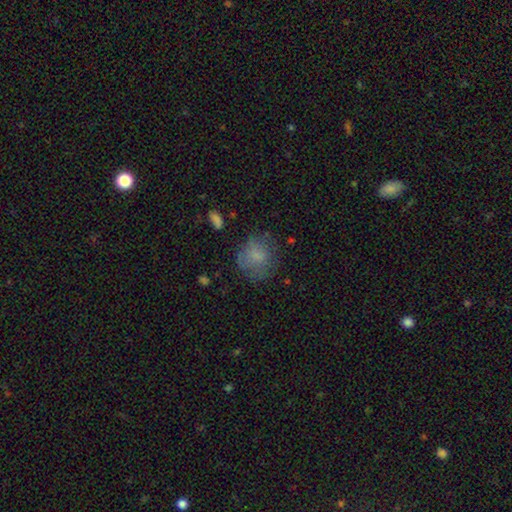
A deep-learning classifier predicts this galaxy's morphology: This is likely a smooth galaxy (73%). How rounded: likely round (74%). Merging: likely none (61%).